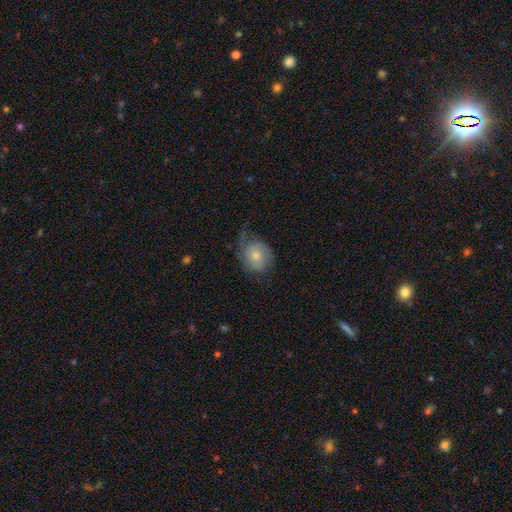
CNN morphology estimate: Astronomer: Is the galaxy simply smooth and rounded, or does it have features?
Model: smooth — 56% (runner-up: featured or disk, 37%).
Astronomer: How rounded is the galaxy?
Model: round — 60% (runner-up: in between, 39%).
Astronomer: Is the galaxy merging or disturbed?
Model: none — 43% (runner-up: minor disturbance, 32%).